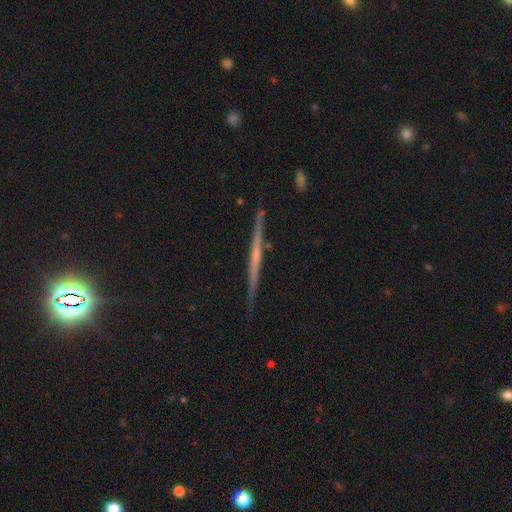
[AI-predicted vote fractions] Smooth or featured?
  - featured or disk: 73% *
  - smooth: 21%
  - star or artifact: 7%
Edge-on disk?
  - yes: 98% *
  - no: 2%
Edge-on bulge?
  - none: 65% *
  - rounded: 28%
  - boxy: 8%
Merging?
  - none: 89% *
  - minor disturbance: 8%
  - major disturbance: 1%
  - merger: 1%